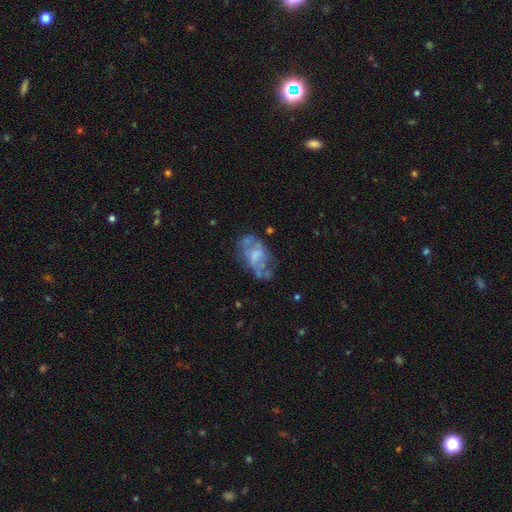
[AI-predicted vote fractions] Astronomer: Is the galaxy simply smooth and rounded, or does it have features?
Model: featured or disk — 58% (runner-up: smooth, 33%).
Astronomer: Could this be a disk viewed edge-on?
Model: no — 96%.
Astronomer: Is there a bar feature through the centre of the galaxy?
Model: no — 64%.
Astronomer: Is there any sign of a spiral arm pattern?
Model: no — 73%.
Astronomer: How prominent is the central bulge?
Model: none — 38% (runner-up: moderate, 31%).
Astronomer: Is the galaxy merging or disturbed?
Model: none — 42% (runner-up: minor disturbance, 24%).